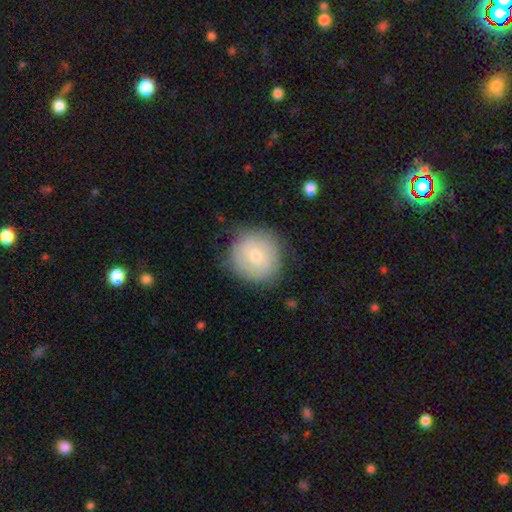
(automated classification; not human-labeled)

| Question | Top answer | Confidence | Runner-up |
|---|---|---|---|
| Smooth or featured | smooth | 48% | featured or disk (44%) |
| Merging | none | 80% | minor disturbance (15%) |